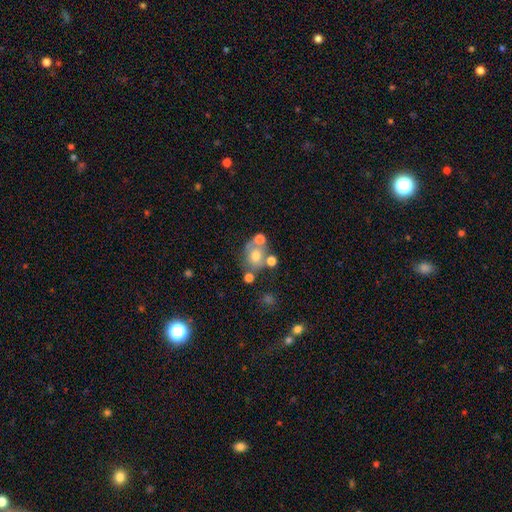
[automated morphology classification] type=smooth (59%); roundness=round (52%); merging=none (42%).